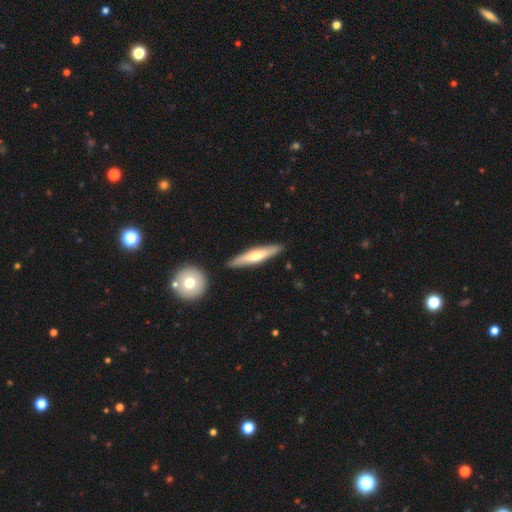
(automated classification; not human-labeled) smooth-or-featured: smooth: 50% | featured or disk: 45% | star or artifact: 5%
  merging: none: 86% | minor disturbance: 9% | merger: 3% | major disturbance: 2%